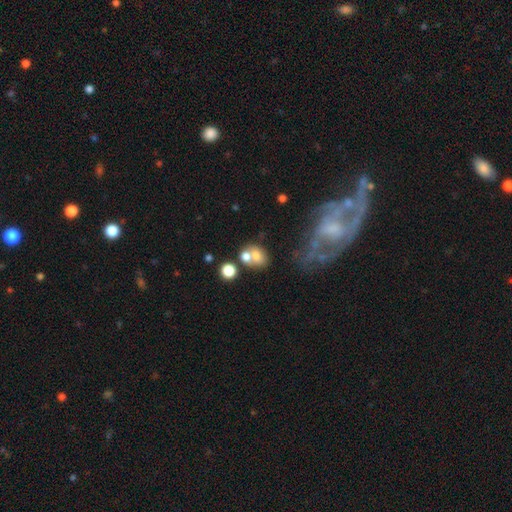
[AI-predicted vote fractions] Overall: smooth (66%). How rounded: in between (53%; round 45%). Merging: merger (49%; none 34%).